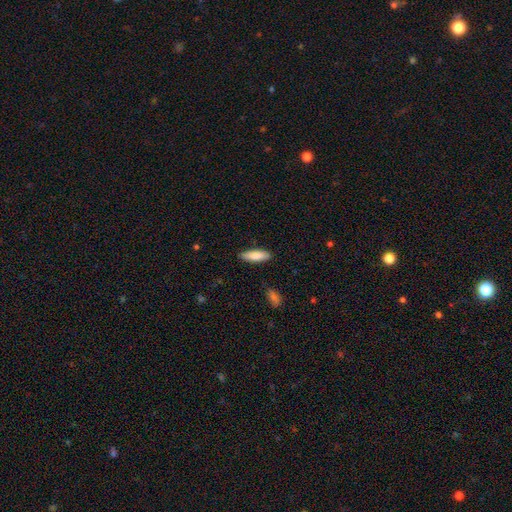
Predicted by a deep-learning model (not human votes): Morphology: type=smooth (84%); roundness=cigar-shaped (53%); merging=none (88%).